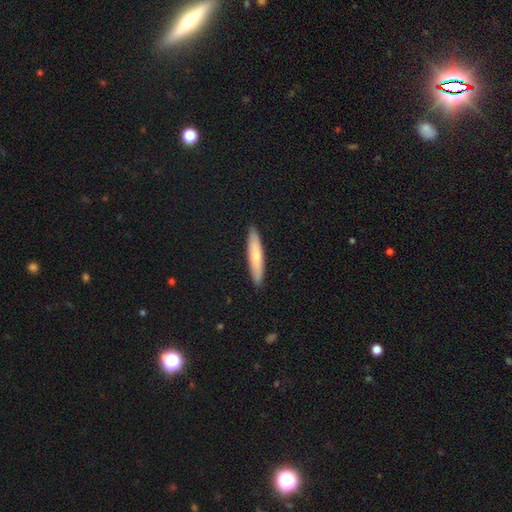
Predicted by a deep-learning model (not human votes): A smooth galaxy with no disk features (70%) that is cigar-shaped (88%).

Vote fractions:
- Smooth or featured? smooth: 70% / featured or disk: 25% / star or artifact: 5%
- How rounded? cigar-shaped: 88% / in between: 11% / round: 1%
- Merging? none: 91% / minor disturbance: 7% / major disturbance: 1% / merger: 1%